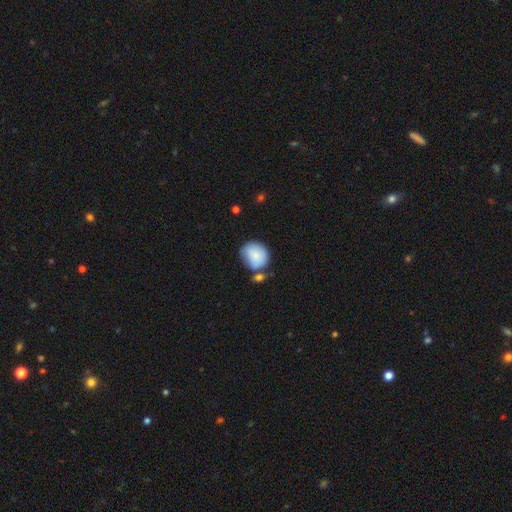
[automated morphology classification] Smooth or featured? smooth (84%)
How rounded? round (62%)
Merging? none (51%)